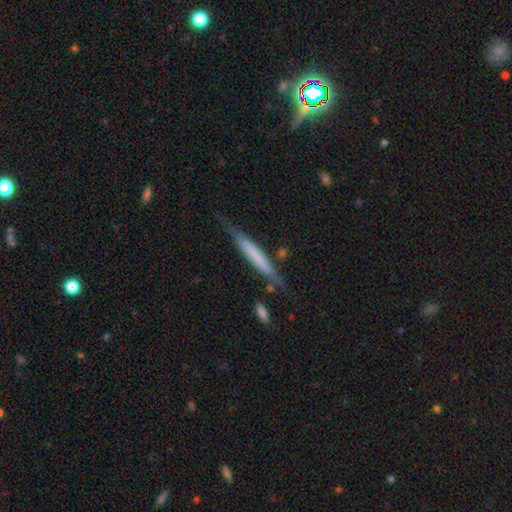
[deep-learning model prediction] A smooth galaxy with no disk features (53%) that is cigar-shaped (95%). Merging: none (73%).